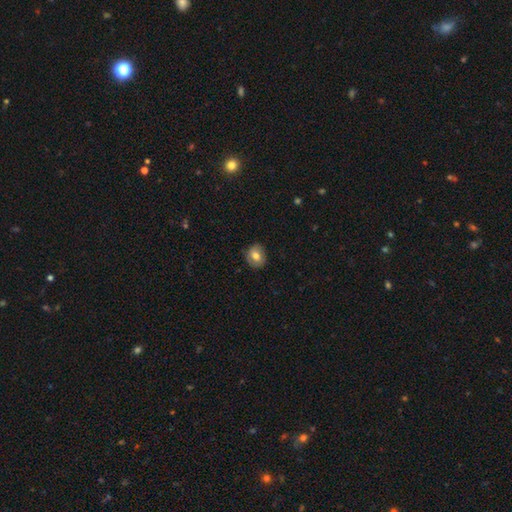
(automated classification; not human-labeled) The model was most divided on "how rounded": round: 66%, in between: 33%, cigar-shaped: 1%. More confident: merging — none (82%); smooth or featured — smooth (73%).